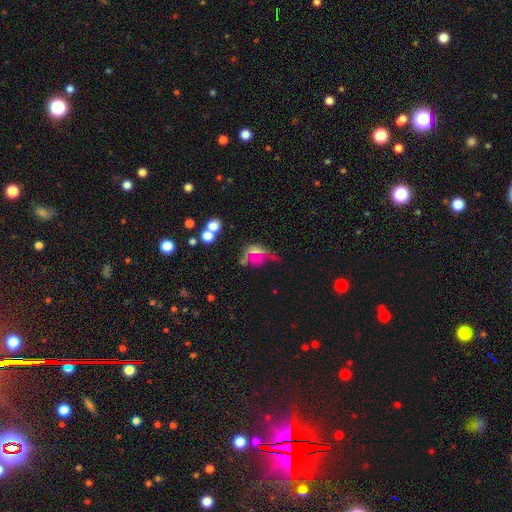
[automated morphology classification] Smooth or featured? smooth (43%)
Merging? none (33%)